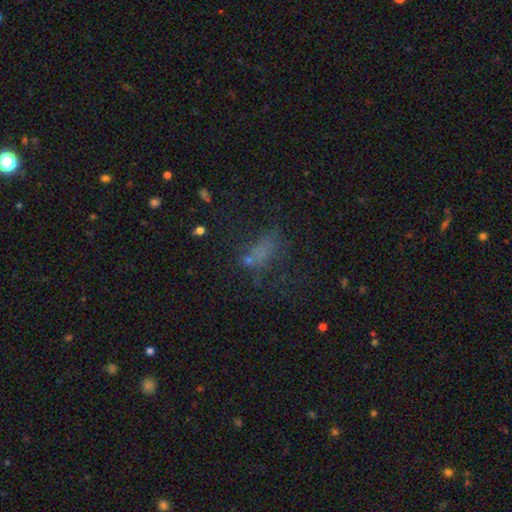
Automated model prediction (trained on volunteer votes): Overall: smooth (49%; star or artifact 28%). Merging: none (42%; major disturbance 31%).